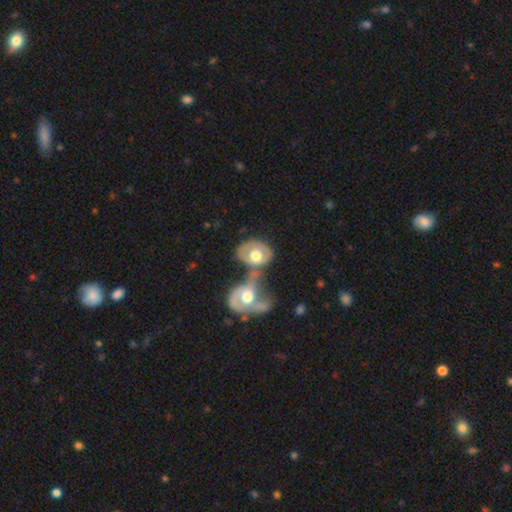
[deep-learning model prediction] featured or disk 51%, smooth 44%, star or artifact 5%. Down the decision tree: edge-on disk — no (94%); merging — merger (60%).